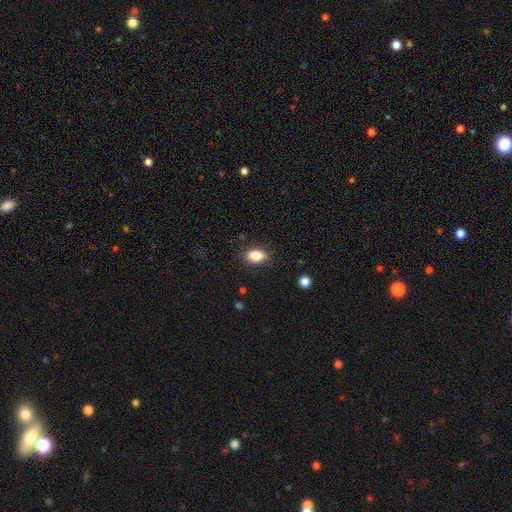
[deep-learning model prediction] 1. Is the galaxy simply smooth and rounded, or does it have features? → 84% smooth, 8% star or artifact, 8% featured or disk.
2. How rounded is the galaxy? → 87% in between, 10% round, 3% cigar-shaped.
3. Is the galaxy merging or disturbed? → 86% none, 10% minor disturbance, 2% major disturbance, 1% merger.